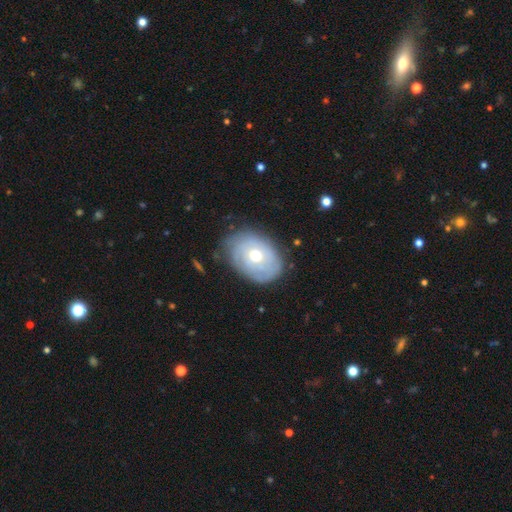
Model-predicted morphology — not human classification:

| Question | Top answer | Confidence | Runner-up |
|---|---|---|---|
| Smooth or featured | featured or disk | 59% | smooth (34%) |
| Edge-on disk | no | 95% | yes (5%) |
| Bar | no | 86% | weak (12%) |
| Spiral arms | yes | 58% | no (42%) |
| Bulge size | moderate | 74% | small (19%) |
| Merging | none | 73% | minor disturbance (20%) |